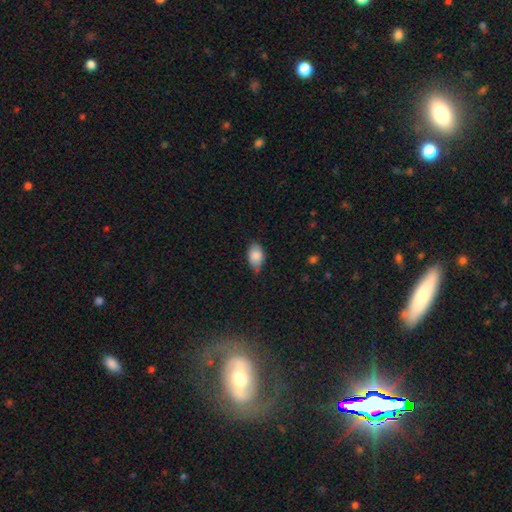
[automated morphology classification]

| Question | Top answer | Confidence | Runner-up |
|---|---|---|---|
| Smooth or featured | smooth | 85% | featured or disk (8%) |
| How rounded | in between | 90% | round (9%) |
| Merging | none | 62% | minor disturbance (32%) |